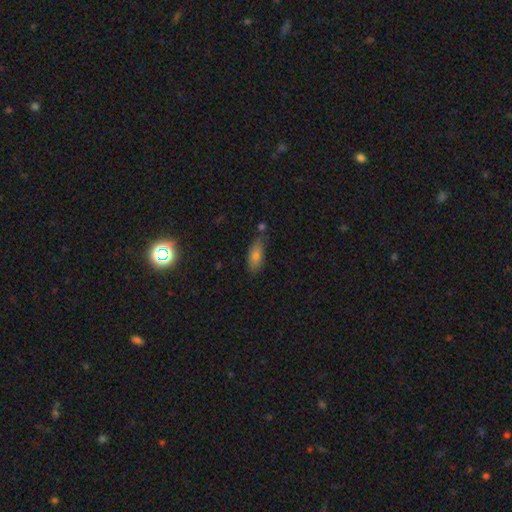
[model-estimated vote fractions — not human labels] This appears to be a smooth galaxy with no disk features (74%) that is in between round and cigar-shaped (74%). Merging: none (70%).